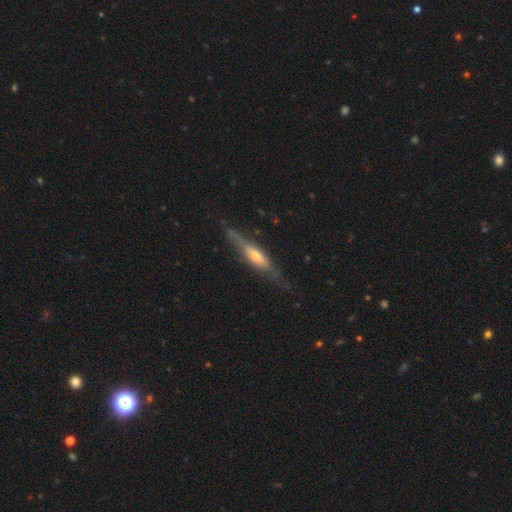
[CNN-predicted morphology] Overall: featured or disk (67%). Edge-on disk: yes (85%). Edge-on bulge: rounded (64%). Merging: none (71%).